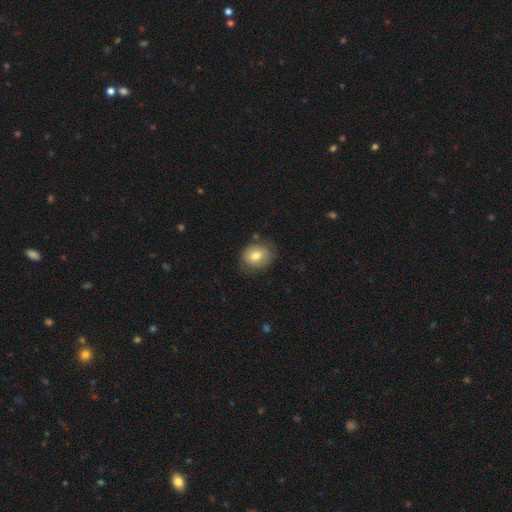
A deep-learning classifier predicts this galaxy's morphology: The model was most divided on "how rounded": round: 55%, in between: 44%, cigar-shaped: 1%. More confident: merging — none (75%); smooth or featured — smooth (75%).